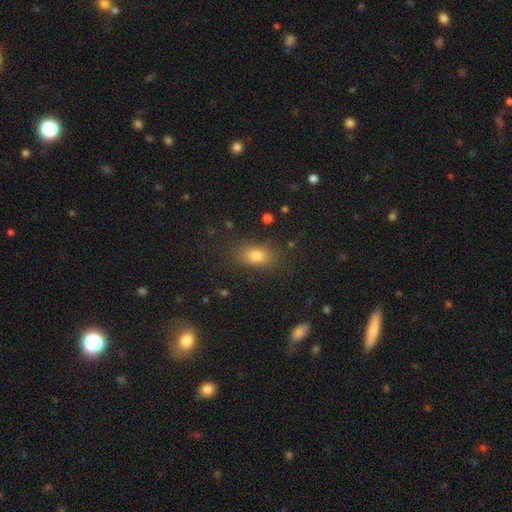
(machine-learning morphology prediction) Smooth or featured?
  - smooth: 80% *
  - star or artifact: 11%
  - featured or disk: 8%
How rounded?
  - in between: 83% *
  - round: 13%
  - cigar-shaped: 5%
Merging?
  - none: 80% *
  - minor disturbance: 13%
  - major disturbance: 5%
  - merger: 2%